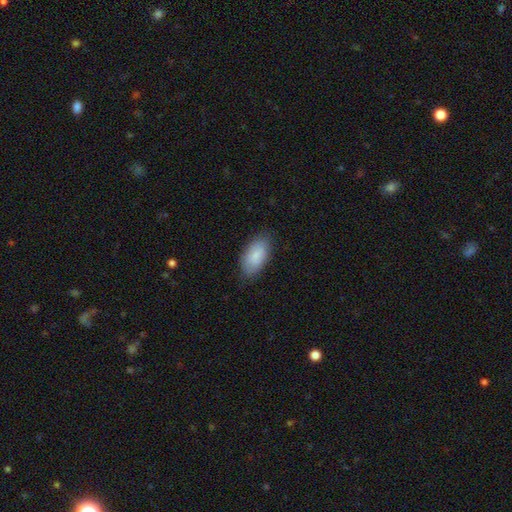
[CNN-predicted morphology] smooth-or-featured: smooth: 85% | featured or disk: 9% | star or artifact: 6%
  how-rounded: in between: 95% | round: 3% | cigar-shaped: 2%
  merging: none: 81% | minor disturbance: 15% | major disturbance: 3% | merger: 1%